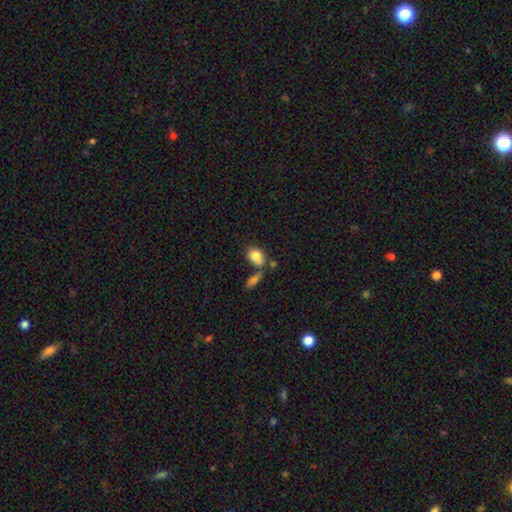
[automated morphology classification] A smooth galaxy with no disk features (82%) that is in between round and cigar-shaped (78%).

Vote fractions:
- Smooth or featured? smooth: 82% / featured or disk: 10% / star or artifact: 8%
- How rounded? in between: 78% / round: 20% / cigar-shaped: 2%
- Merging? none: 48% / merger: 30% / minor disturbance: 15% / major disturbance: 6%